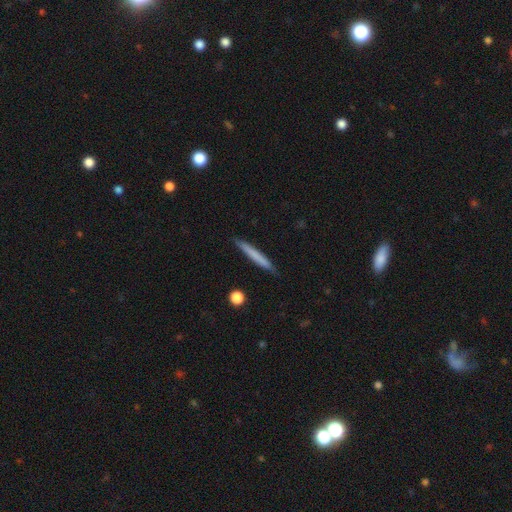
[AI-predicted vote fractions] A smooth galaxy with no disk features (70%) that is cigar-shaped (96%).

Vote fractions:
- Smooth or featured? smooth: 70% / featured or disk: 24% / star or artifact: 6%
- How rounded? cigar-shaped: 96% / in between: 3% / round: 1%
- Merging? none: 88% / minor disturbance: 9% / major disturbance: 2% / merger: 1%